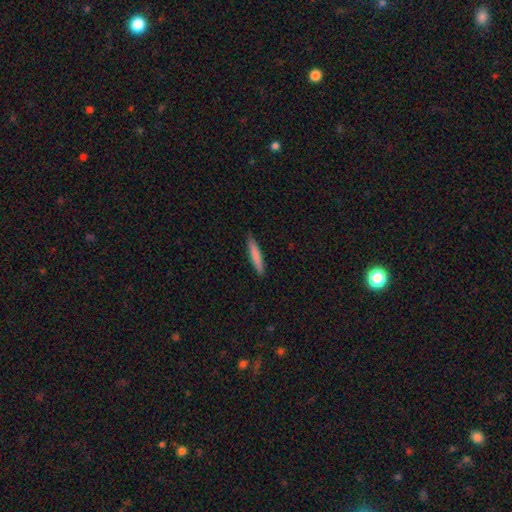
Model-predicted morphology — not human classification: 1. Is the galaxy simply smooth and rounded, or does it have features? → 80% smooth, 14% featured or disk, 6% star or artifact.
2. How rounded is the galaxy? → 93% cigar-shaped, 6% in between, 1% round.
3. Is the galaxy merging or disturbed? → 90% none, 8% minor disturbance, 2% major disturbance, 1% merger.